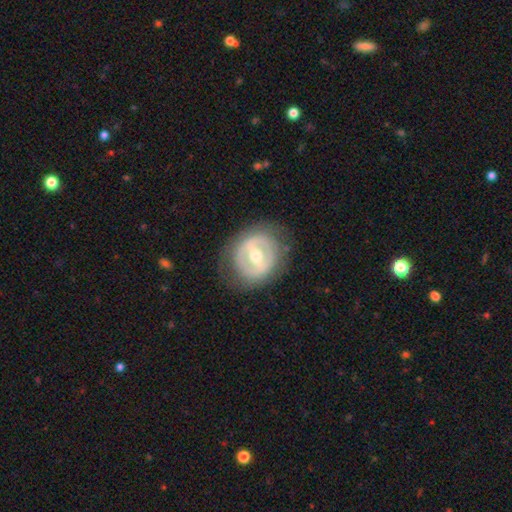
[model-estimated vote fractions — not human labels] This is likely a featured or disk galaxy (68%). It is clearly not viewed edge-on (94%). Bar: possibly strong (51%). Spiral arm pattern: clearly no (82%). Central bulge: likely moderate (73%). Merging: likely none (79%).